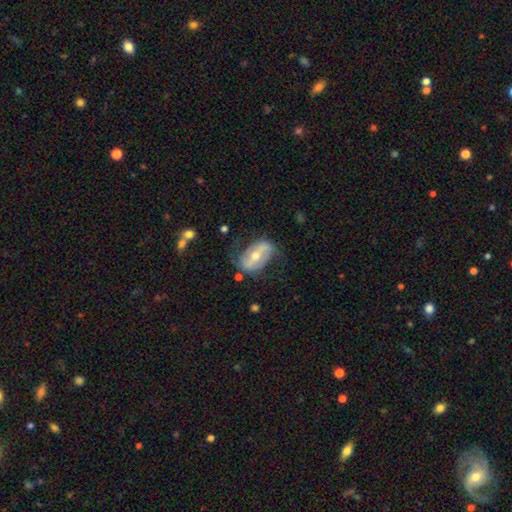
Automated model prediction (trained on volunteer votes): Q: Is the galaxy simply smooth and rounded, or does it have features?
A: featured or disk — 71%.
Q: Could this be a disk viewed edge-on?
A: no — 93%.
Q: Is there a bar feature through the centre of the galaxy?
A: strong — 47%.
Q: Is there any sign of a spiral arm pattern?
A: yes — 76%.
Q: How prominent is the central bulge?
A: moderate — 63%.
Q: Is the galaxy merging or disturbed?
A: none — 62%.